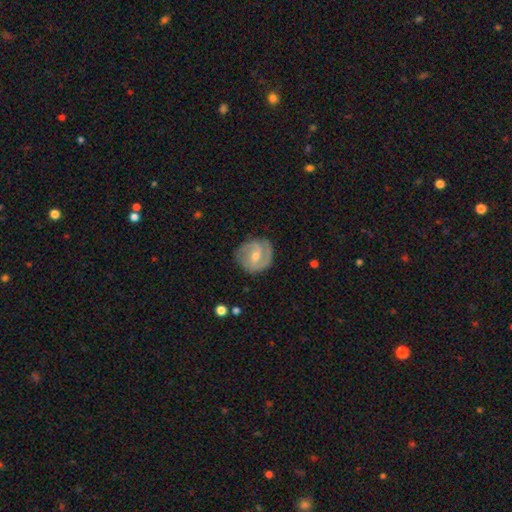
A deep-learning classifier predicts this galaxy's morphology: Overall: featured or disk (79%). Edge-on disk: no (97%). Bar: weak (52%; no 27%). Spiral arms: yes (92%). Spiral arm count: 2 (76%). Spiral winding: tight (50%; medium 39%). Bulge size: moderate (54%; small 42%). Merging: none (80%).